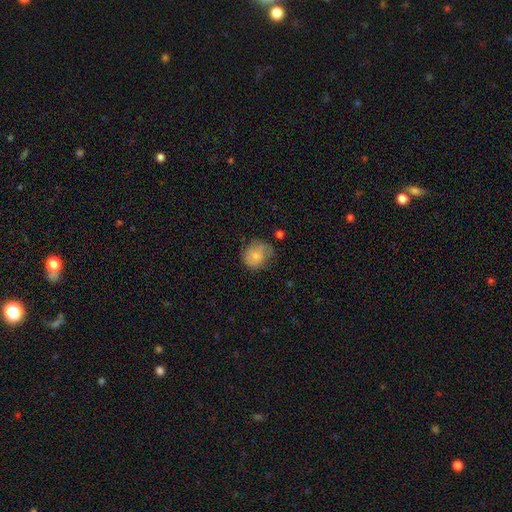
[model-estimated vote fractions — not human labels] smooth 79%, featured or disk 12%, star or artifact 9%. Down the decision tree: how rounded — round (69%); merging — none (52%).